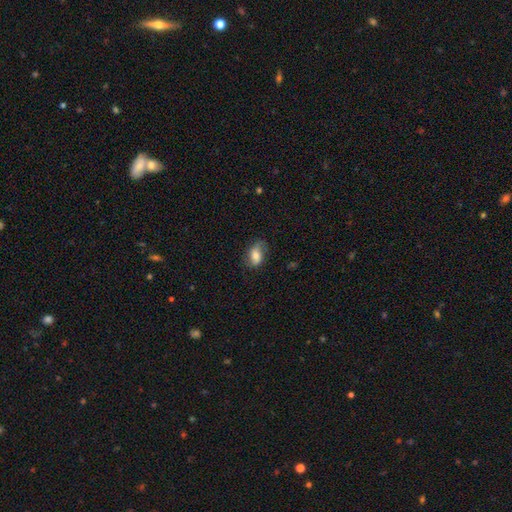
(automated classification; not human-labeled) Smooth or featured: smooth — 67% (featured or disk — 25%)
How rounded: in between — 85% (round — 13%)
Merging: none — 61% (minor disturbance — 27%)